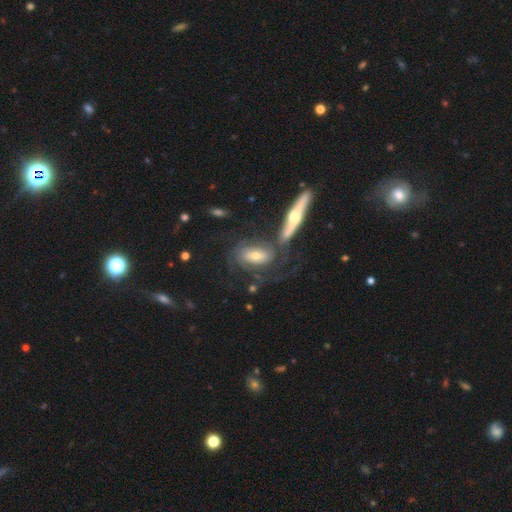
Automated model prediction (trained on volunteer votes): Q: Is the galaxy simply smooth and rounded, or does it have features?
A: featured or disk — 68%.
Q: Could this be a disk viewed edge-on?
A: no — 70%.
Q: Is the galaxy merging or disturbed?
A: none — 51%.